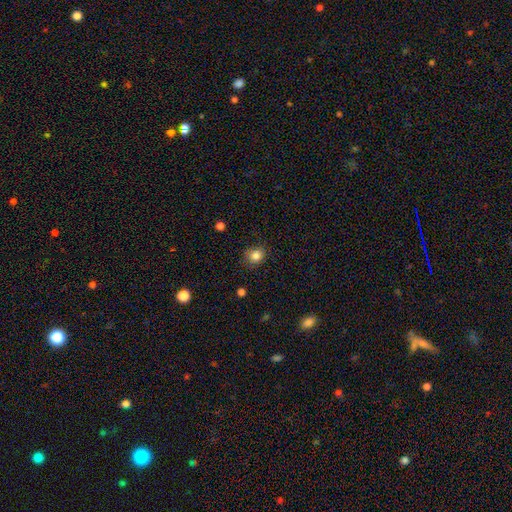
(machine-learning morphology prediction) A smooth galaxy with no disk features (83%) that is round (74%). Merging: none (81%).